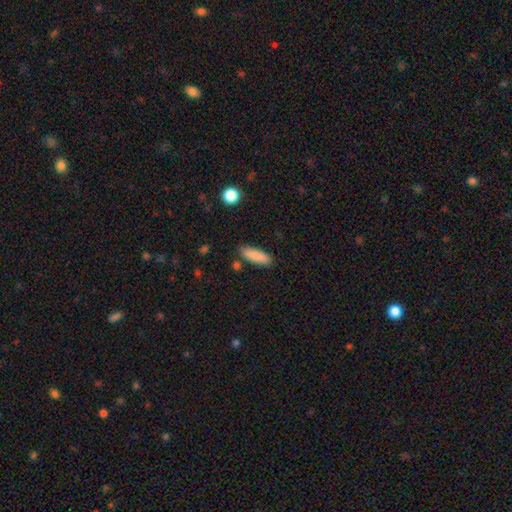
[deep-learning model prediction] Morphology: type=smooth (87%); roundness=in between (49%, tied with cigar-shaped); merging=none (85%).